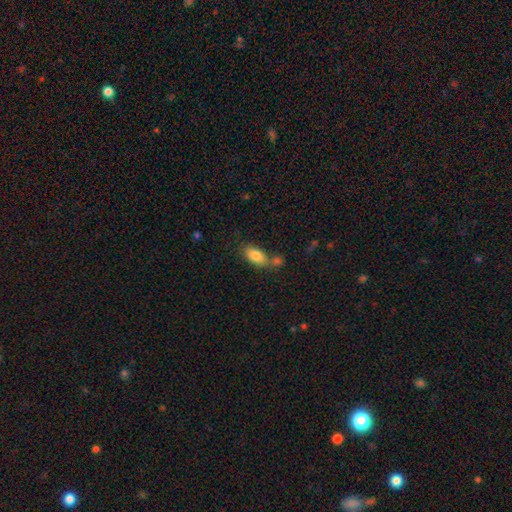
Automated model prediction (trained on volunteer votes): Morphology: type=smooth (83%); roundness=in between (89%); merging=none (47%).